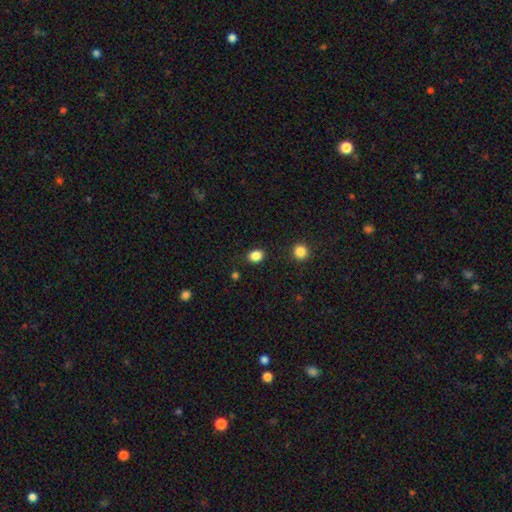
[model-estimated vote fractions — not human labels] Overall: smooth (86%). How rounded: in between (59%; round 40%). Merging: none (86%).